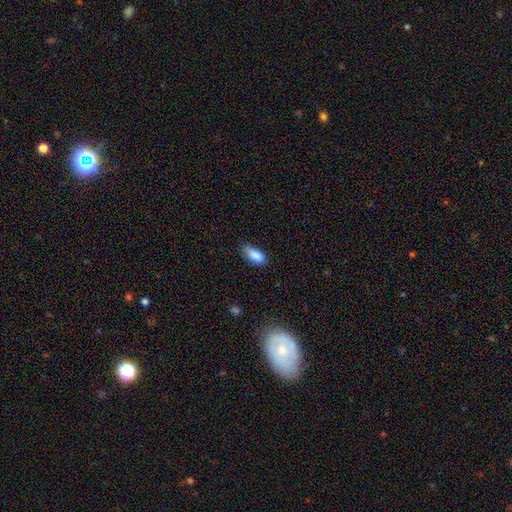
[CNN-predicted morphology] type=smooth (86%); roundness=in between (85%); merging=none (59%).